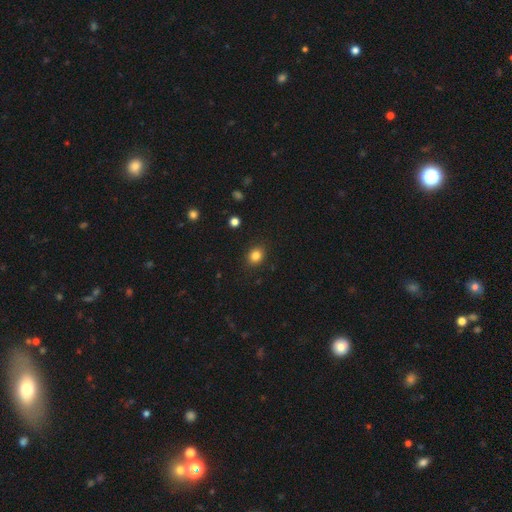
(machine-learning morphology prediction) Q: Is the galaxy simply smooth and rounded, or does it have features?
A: smooth — 84%.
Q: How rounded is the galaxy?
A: round — 62%.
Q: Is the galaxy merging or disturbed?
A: none — 88%.